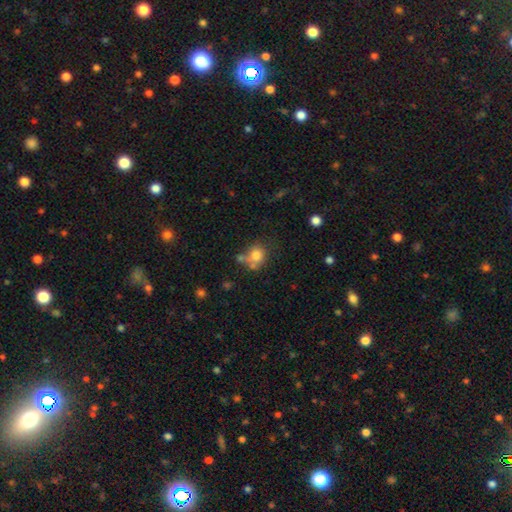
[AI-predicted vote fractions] Smooth or featured? smooth (77%)
How rounded? round (67%)
Merging? none (46%)